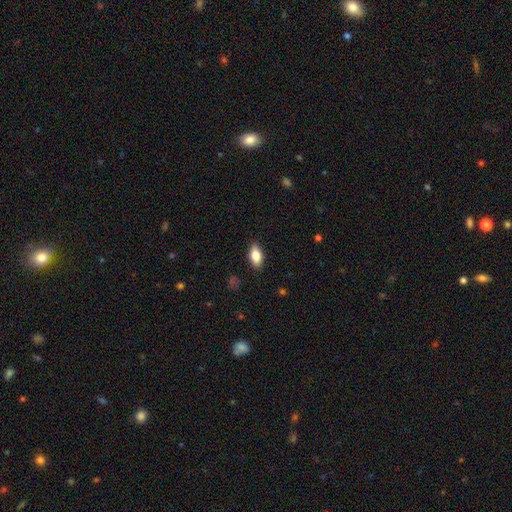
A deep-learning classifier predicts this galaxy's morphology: smooth_or_featured: smooth (p=0.78) [alt: featured or disk p=0.15]
how_rounded: in between (p=0.87) [alt: cigar-shaped p=0.08]
merging: none (p=0.87) [alt: minor disturbance p=0.10]